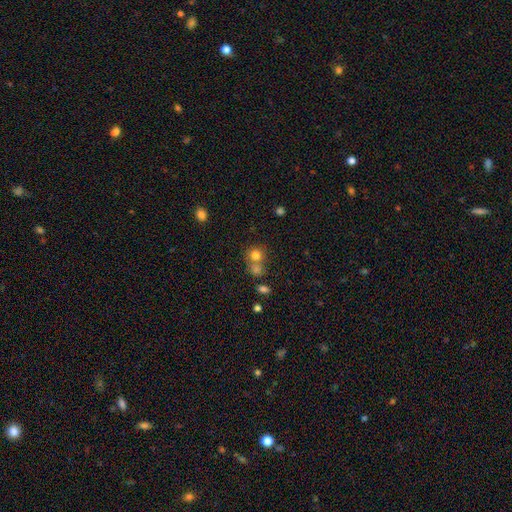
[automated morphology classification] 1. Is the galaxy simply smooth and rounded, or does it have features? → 77% smooth, 13% star or artifact, 10% featured or disk.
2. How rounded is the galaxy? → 80% round, 19% in between, 1% cigar-shaped.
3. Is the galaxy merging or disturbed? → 46% none, 41% merger, 9% minor disturbance, 4% major disturbance.